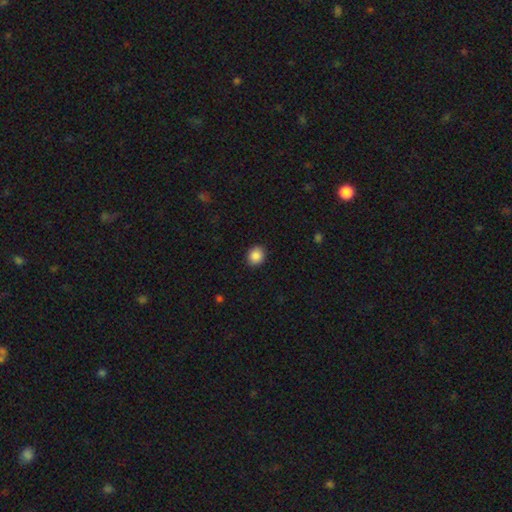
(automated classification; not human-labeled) The model was most divided on "how rounded": round: 67%, in between: 32%, cigar-shaped: 1%. More confident: merging — none (91%); smooth or featured — smooth (88%).